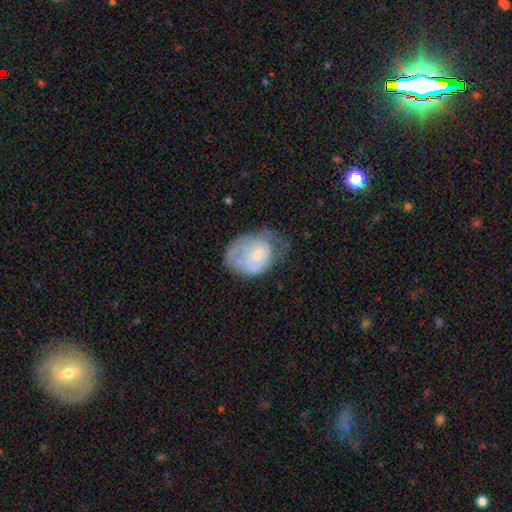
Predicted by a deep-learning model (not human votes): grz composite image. It shows a featured or disk galaxy (48%). Merging: minor disturbance (33%).